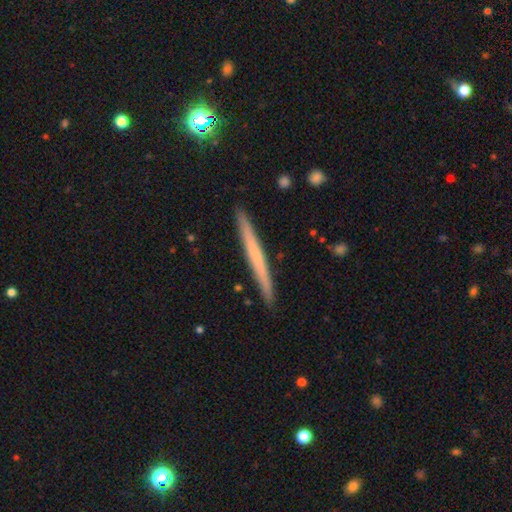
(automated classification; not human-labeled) A smooth galaxy with no disk features (49%). Merging: none (92%).